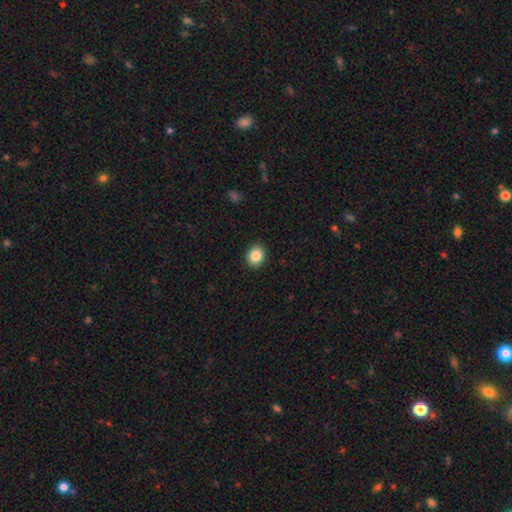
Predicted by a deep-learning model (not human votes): Smooth or featured? Predicted: smooth (p=0.86). How rounded? Predicted: round (p=0.63). Merging? Predicted: none (p=0.91).